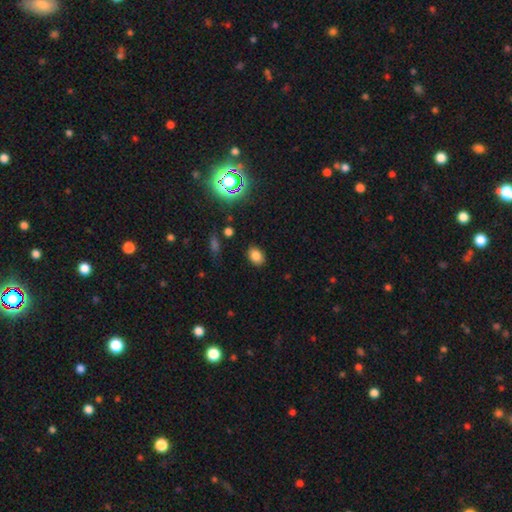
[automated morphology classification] Q: Smooth or featured?
A: smooth (79%); runner-up: star or artifact (15%)
Q: How rounded?
A: in between (72%); runner-up: round (27%)
Q: Merging?
A: none (85%); runner-up: minor disturbance (10%)